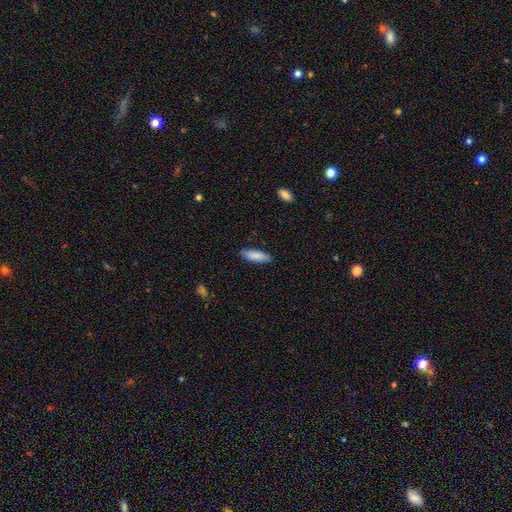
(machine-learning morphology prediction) A smooth galaxy with no disk features (86%) that is in between round and cigar-shaped (55%).

Vote fractions:
- Smooth or featured? smooth: 86% / featured or disk: 8% / star or artifact: 6%
- How rounded? in between: 55% / cigar-shaped: 44% / round: 1%
- Merging? none: 87% / minor disturbance: 10% / major disturbance: 2% / merger: 1%